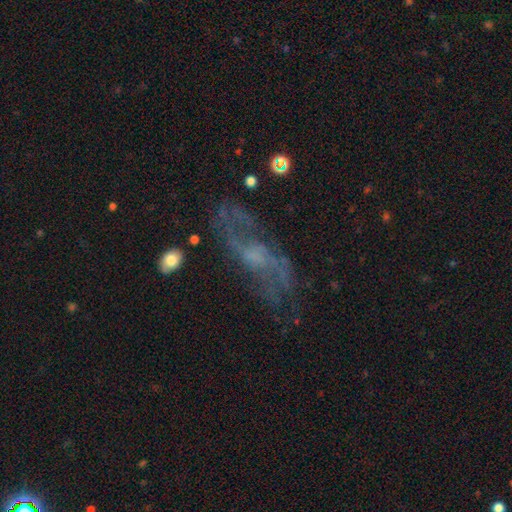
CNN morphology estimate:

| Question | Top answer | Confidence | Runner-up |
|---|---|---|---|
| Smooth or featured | featured or disk | 73% | smooth (16%) |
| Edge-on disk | no | 88% | yes (12%) |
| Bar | no | 56% | weak (36%) |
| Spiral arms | yes | 77% | no (23%) |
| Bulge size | small | 35% | none (32%) |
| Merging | none | 59% | minor disturbance (19%) |